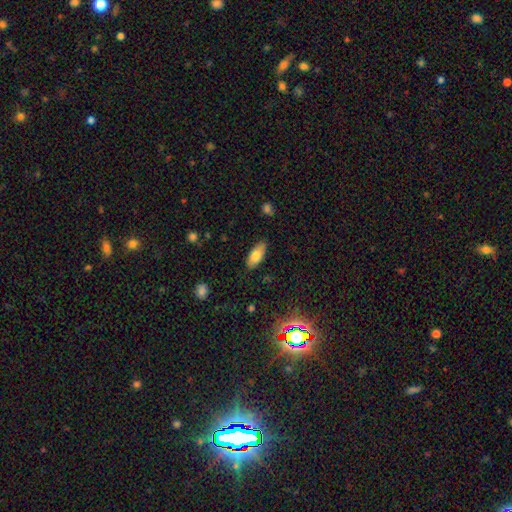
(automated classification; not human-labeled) This appears to be a smooth galaxy with no disk features (77%) that is in between round and cigar-shaped (84%). Merging: none (86%).